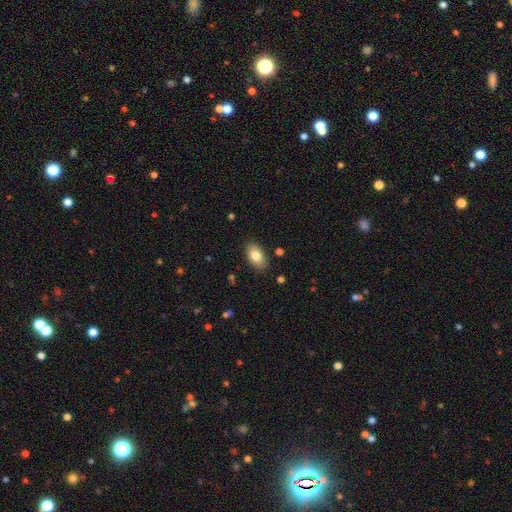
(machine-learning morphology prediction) smooth_or_featured: smooth (p=0.81) [alt: featured or disk p=0.12]
how_rounded: in between (p=0.93) [alt: round p=0.05]
merging: none (p=0.86) [alt: minor disturbance p=0.10]